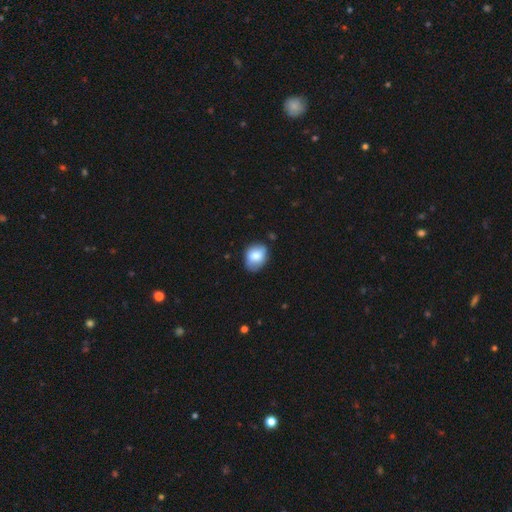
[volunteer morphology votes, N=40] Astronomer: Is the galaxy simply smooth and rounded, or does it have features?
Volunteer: smooth — 78%.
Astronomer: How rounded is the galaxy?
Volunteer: in between — 68%.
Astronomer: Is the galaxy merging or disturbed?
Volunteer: none — 67%.